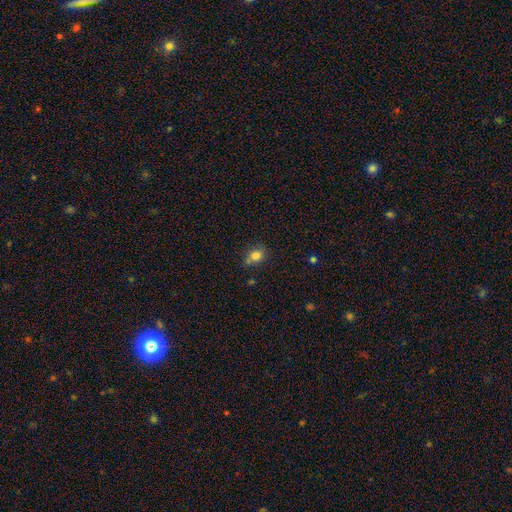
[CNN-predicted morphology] Smooth or featured: smooth — 81% (star or artifact — 11%)
How rounded: in between — 50% (round — 48%)
Merging: none — 69% (minor disturbance — 20%)